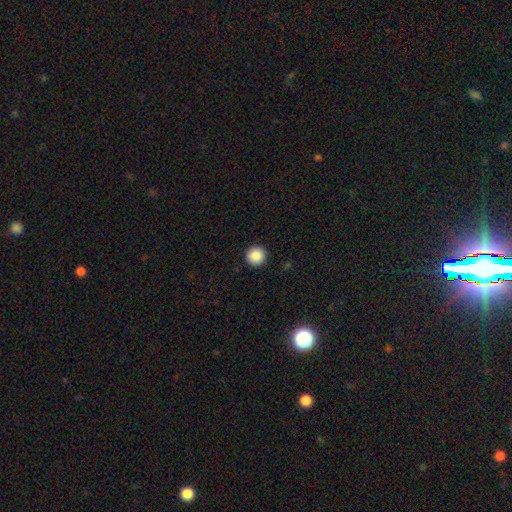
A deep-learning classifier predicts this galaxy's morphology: Smooth or featured? Predicted: smooth (p=0.87). How rounded? Predicted: round (p=0.96). Merging? Predicted: none (p=0.93).